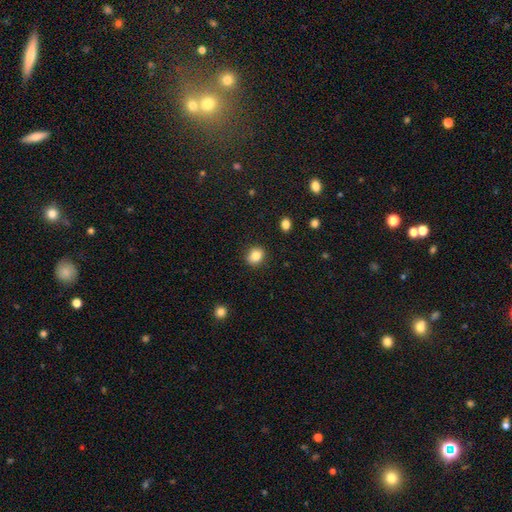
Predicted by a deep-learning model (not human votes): A smooth galaxy with no disk features (84%) that is round (71%).

Vote fractions:
- Smooth or featured? smooth: 84% / star or artifact: 10% / featured or disk: 6%
- How rounded? round: 71% / in between: 28% / cigar-shaped: 1%
- Merging? none: 88% / minor disturbance: 9% / major disturbance: 2% / merger: 1%